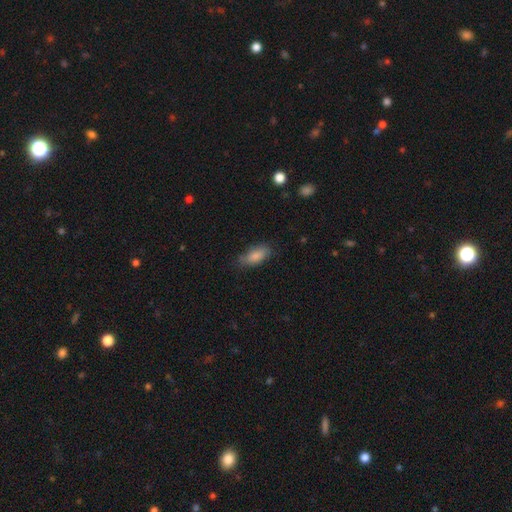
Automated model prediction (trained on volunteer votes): This is clearly a smooth galaxy (83%). How rounded: clearly in between (84%). Merging: likely none (71%).